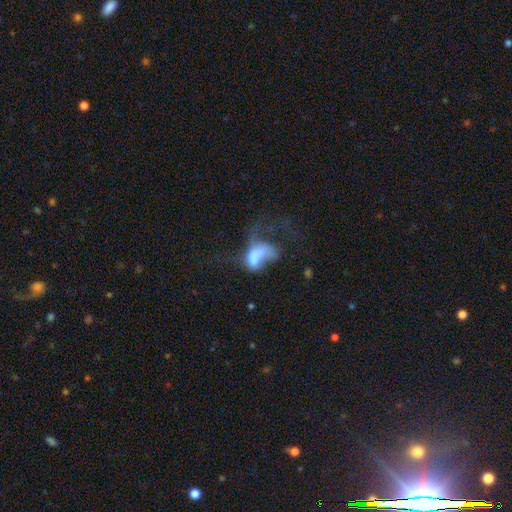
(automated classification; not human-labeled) This appears to be a smooth galaxy with no disk features (49%). Merging: major disturbance (51%).